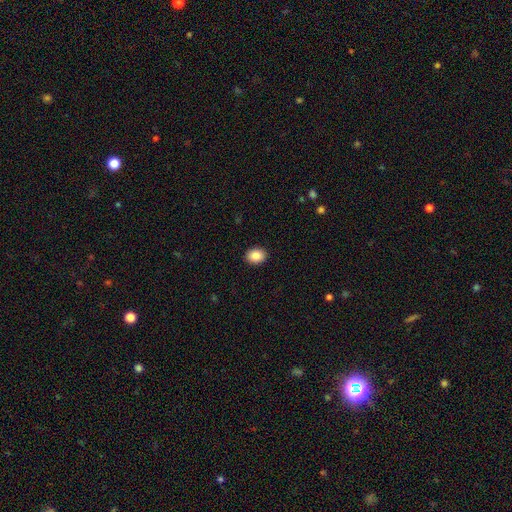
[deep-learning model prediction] Q: Smooth or featured?
A: smooth (86%); runner-up: star or artifact (8%)
Q: How rounded?
A: in between (57%); runner-up: round (42%)
Q: Merging?
A: none (92%); runner-up: minor disturbance (6%)